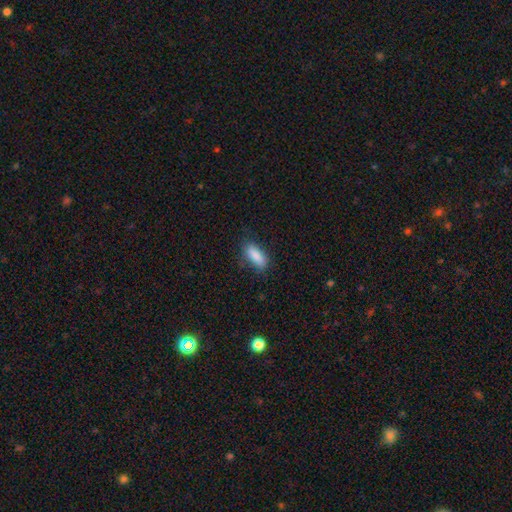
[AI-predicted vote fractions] Morphology: type=smooth (86%); roundness=in between (71%); merging=none (76%).